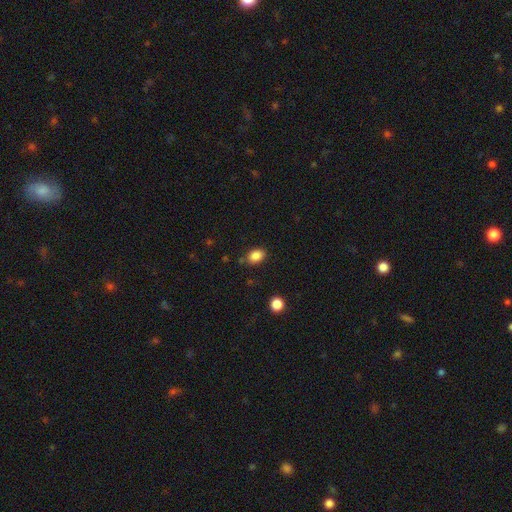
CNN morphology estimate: A smooth galaxy with no disk features (85%) that is in between round and cigar-shaped (78%).

Vote fractions:
- Smooth or featured? smooth: 85% / star or artifact: 9% / featured or disk: 5%
- How rounded? in between: 78% / round: 21% / cigar-shaped: 1%
- Merging? none: 82% / minor disturbance: 12% / merger: 3% / major disturbance: 3%